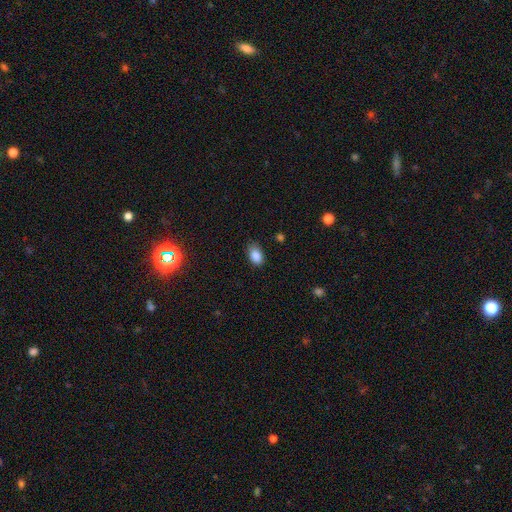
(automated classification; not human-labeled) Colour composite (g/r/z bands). It shows a smooth galaxy with no disk features (86%) that is in between round and cigar-shaped (88%). Merging: none (75%).